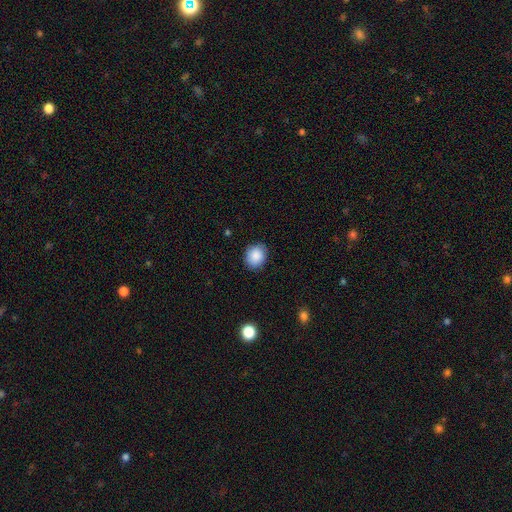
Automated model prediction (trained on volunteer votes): Smooth or featured? Predicted: smooth (p=0.88). How rounded? Predicted: round (p=0.65). Merging? Predicted: none (p=0.85).